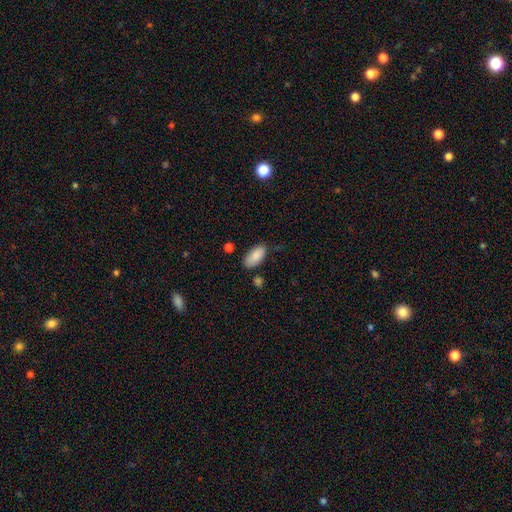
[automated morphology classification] Smooth or featured? smooth (87%)
How rounded? in between (92%)
Merging? none (73%)